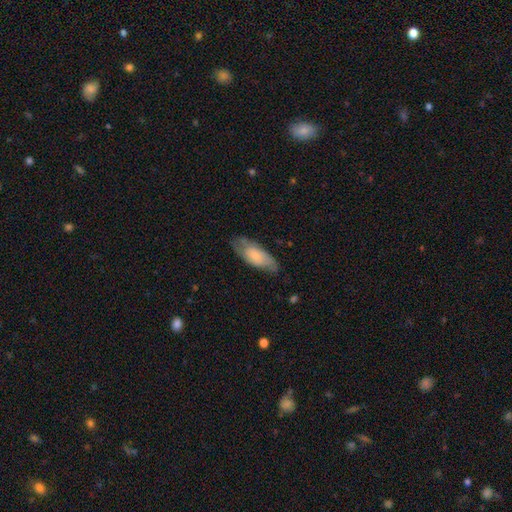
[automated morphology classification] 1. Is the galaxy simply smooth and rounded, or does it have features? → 62% smooth, 32% featured or disk, 6% star or artifact.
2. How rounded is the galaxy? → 78% in between, 20% cigar-shaped, 2% round.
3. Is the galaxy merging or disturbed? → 64% none, 27% minor disturbance, 8% major disturbance, 2% merger.